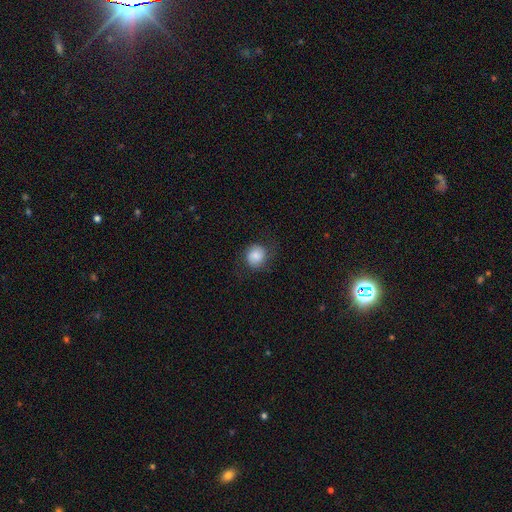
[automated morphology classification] Smooth or featured? smooth (78%)
How rounded? round (80%)
Merging? none (74%)